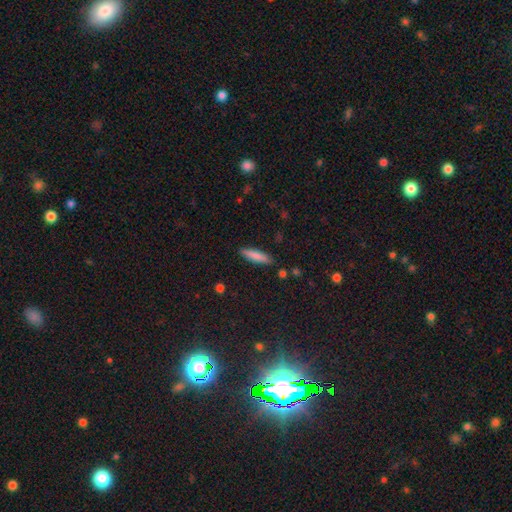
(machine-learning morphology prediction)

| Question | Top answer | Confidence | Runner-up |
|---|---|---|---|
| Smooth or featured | smooth | 80% | featured or disk (14%) |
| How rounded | cigar-shaped | 80% | in between (19%) |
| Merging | none | 87% | minor disturbance (9%) |